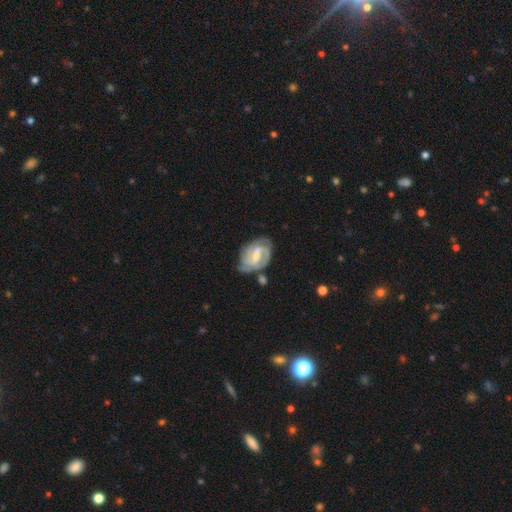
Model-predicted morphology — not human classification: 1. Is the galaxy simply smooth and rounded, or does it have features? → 83% featured or disk, 12% smooth, 5% star or artifact.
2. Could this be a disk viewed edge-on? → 97% no, 3% yes.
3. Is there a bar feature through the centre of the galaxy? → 50% weak, 37% strong, 13% no.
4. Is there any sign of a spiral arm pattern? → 95% yes, 5% no.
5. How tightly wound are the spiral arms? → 52% tight, 39% medium, 9% loose.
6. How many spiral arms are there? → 53% 2, 21% 3, 16% can't tell, 4% 4, 4% 1, 2% more than 4.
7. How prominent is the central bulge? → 44% small, 38% moderate, 12% none, 4% large, 1% dominant.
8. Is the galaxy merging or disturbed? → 58% none, 24% minor disturbance, 10% major disturbance, 8% merger.